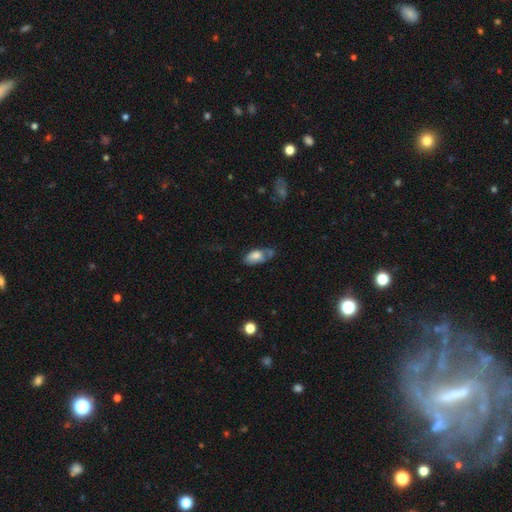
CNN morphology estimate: This appears to be a smooth galaxy with no disk features (70%) that is in between round and cigar-shaped (90%). Merging: none (36%).